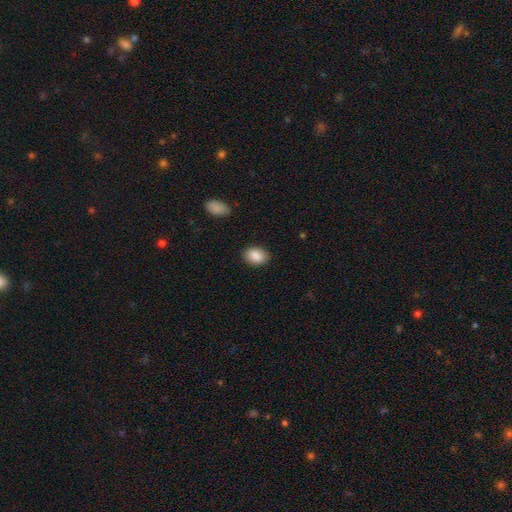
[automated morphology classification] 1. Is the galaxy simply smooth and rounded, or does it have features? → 89% smooth, 7% star or artifact, 4% featured or disk.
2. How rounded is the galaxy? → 79% in between, 20% round, 1% cigar-shaped.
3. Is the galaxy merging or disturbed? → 87% none, 10% minor disturbance, 3% major disturbance, 1% merger.